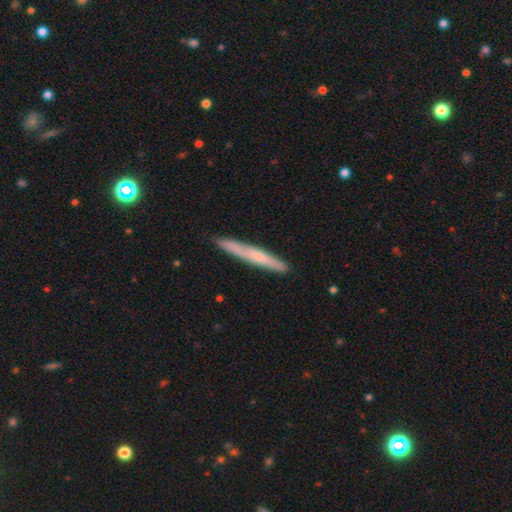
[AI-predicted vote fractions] Smooth or featured? Predicted: smooth (p=0.54). How rounded? Predicted: cigar-shaped (p=0.96). Merging? Predicted: none (p=0.89).